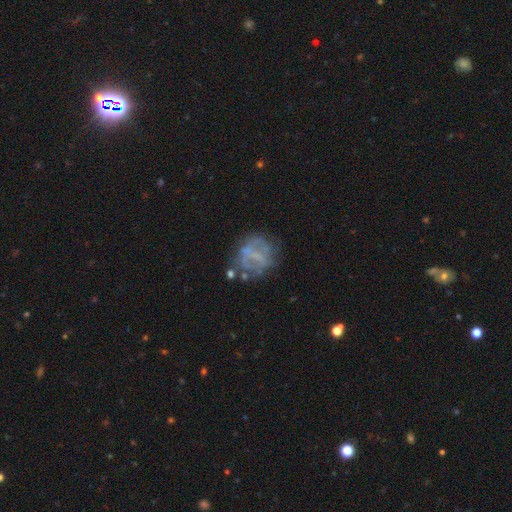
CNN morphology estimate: featured or disk 61%, smooth 26%, star or artifact 13%. Down the decision tree: edge-on disk — no (97%); bar — no (50%); spiral arms — no (71%); bulge size — none (68%); merging — none (58%).